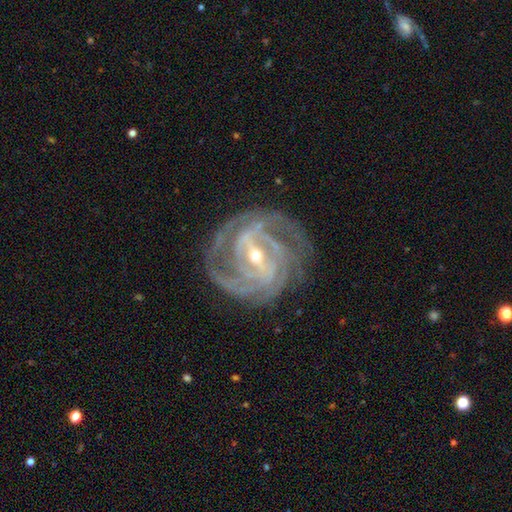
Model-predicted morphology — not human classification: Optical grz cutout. It shows a featured or disk galaxy (92%) with a strong bar (57%), 3 (27%) tight (69%) spiral arms (98%) and a small central bulge (60%). Merging: none (79%).